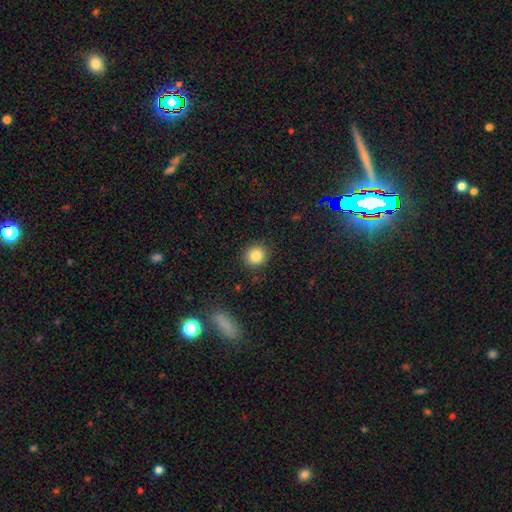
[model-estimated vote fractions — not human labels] Smooth or featured: smooth — 84% (star or artifact — 10%)
How rounded: round — 84% (in between — 15%)
Merging: none — 89% (minor disturbance — 7%)